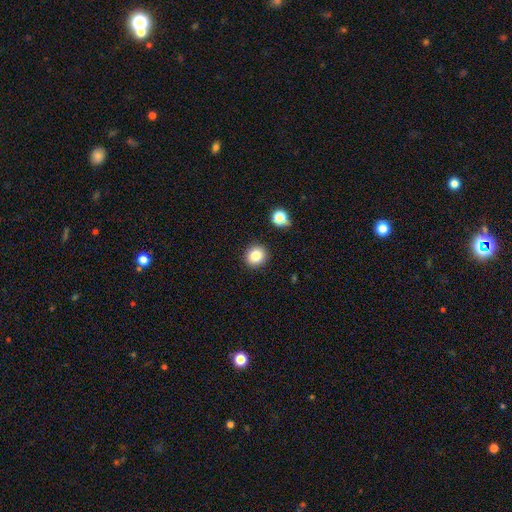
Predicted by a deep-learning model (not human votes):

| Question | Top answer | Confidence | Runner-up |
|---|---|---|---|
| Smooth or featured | smooth | 82% | star or artifact (11%) |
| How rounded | round | 89% | in between (10%) |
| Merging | none | 90% | minor disturbance (6%) |